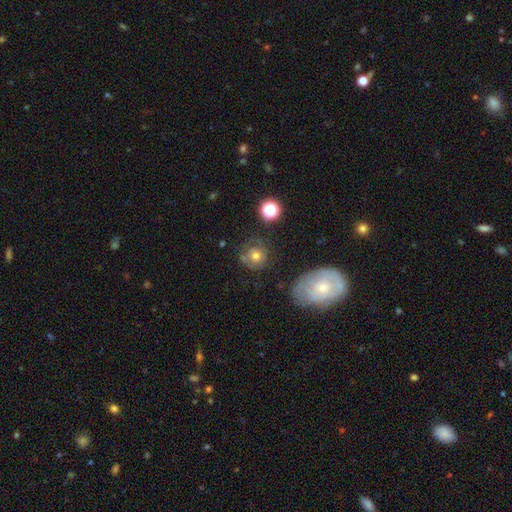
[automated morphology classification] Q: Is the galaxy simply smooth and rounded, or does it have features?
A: smooth — 47%.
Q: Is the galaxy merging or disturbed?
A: none — 62%.